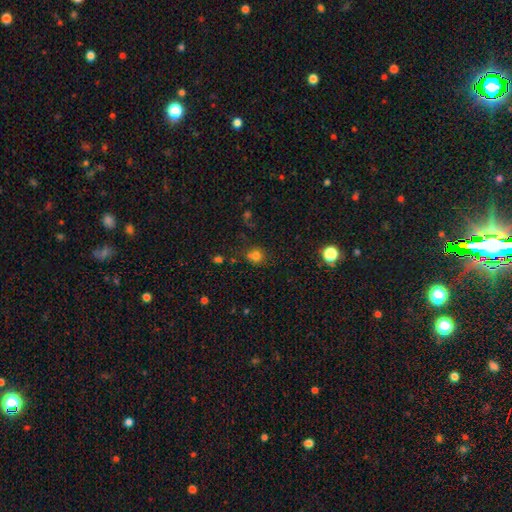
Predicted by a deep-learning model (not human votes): Smooth or featured?
  - smooth: 72% *
  - star or artifact: 19%
  - featured or disk: 9%
How rounded?
  - round: 80% *
  - in between: 19%
  - cigar-shaped: 1%
Merging?
  - none: 56% *
  - merger: 24%
  - minor disturbance: 14%
  - major disturbance: 6%